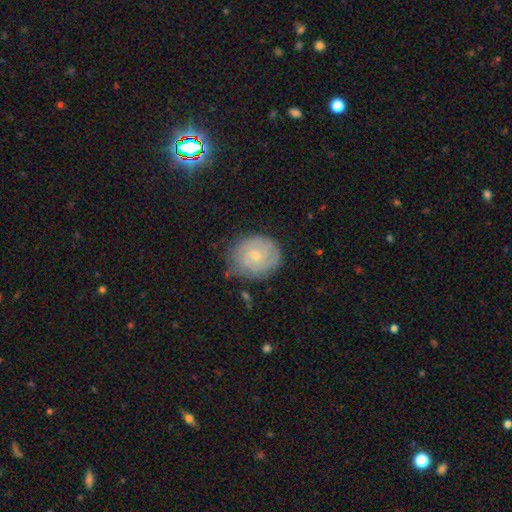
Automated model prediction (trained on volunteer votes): Overall: featured or disk (66%; smooth 27%). Edge-on disk: no (98%). Bar: no (72%). Spiral arms: yes (87%). Spiral arm count: can't tell (38%; 2 33%). Spiral winding: tight (71%). Bulge size: small (70%). Merging: none (75%).